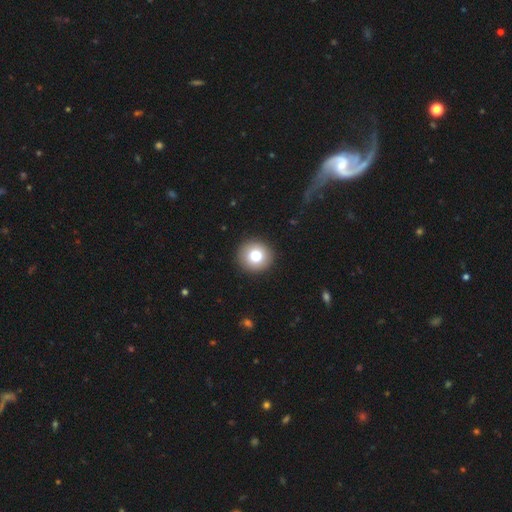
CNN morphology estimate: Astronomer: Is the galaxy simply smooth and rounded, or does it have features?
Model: smooth — 80%.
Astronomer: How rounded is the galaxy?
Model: round — 94%.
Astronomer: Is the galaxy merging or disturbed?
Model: none — 92%.